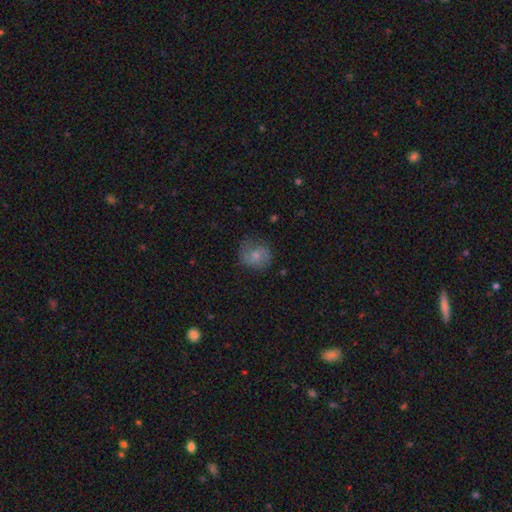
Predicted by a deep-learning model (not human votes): smooth 52%, featured or disk 39%, star or artifact 8%. Down the decision tree: how rounded — round (76%); merging — none (70%).